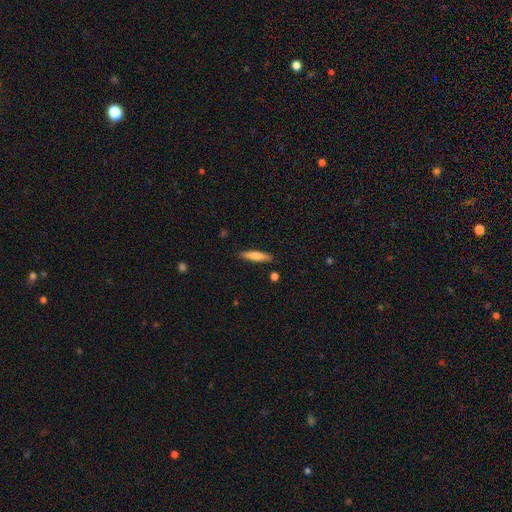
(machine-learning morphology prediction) Smooth or featured: smooth — 70% (featured or disk — 24%)
How rounded: cigar-shaped — 82% (in between — 16%)
Merging: none — 87% (minor disturbance — 9%)